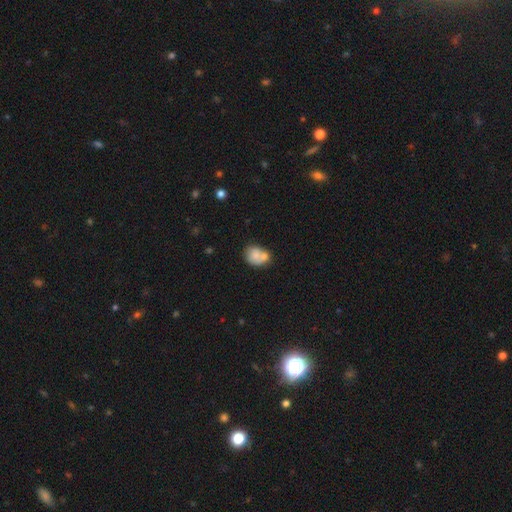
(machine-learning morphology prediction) Q: Smooth or featured?
A: smooth (73%); runner-up: featured or disk (19%)
Q: How rounded?
A: round (55%); runner-up: in between (44%)
Q: Merging?
A: merger (45%); runner-up: none (35%)